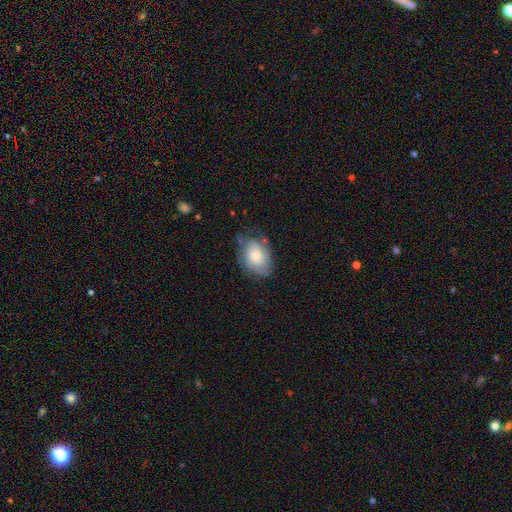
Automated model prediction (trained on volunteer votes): A smooth galaxy with no disk features (52%) that is in between round and cigar-shaped (76%). Merging: none (59%).